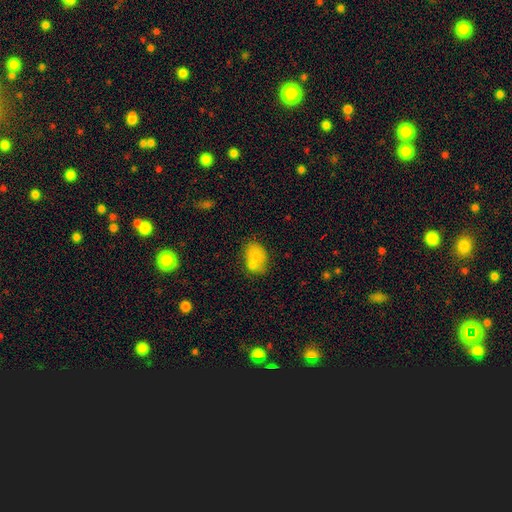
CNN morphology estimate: smooth 78%, featured or disk 12%, star or artifact 10%. Down the decision tree: how rounded — in between (76%); merging — none (50%).